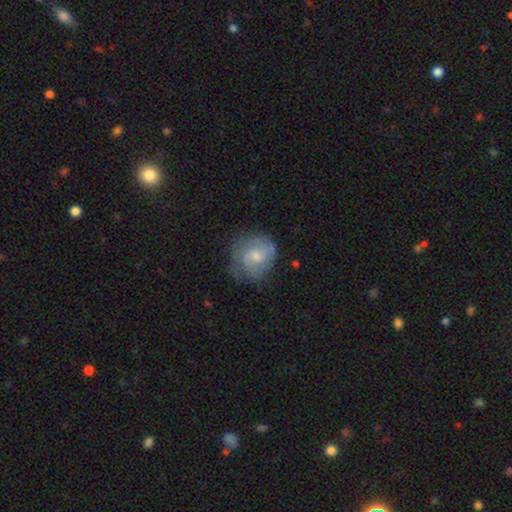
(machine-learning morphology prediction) Smooth or featured: featured or disk — 57% (smooth — 36%)
Edge-on disk: no — 98% (yes — 2%)
Bar: no — 54% (weak — 40%)
Spiral arms: yes — 83% (no — 17%)
Bulge size: moderate — 46% (small — 38%)
Merging: none — 61% (minor disturbance — 24%)